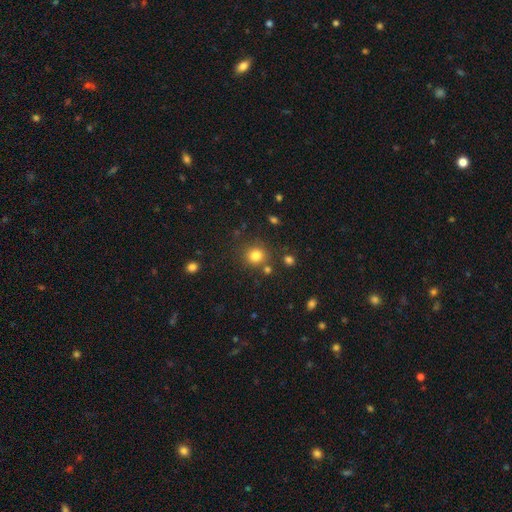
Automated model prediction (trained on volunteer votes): smooth 81%, star or artifact 13%, featured or disk 6%. Down the decision tree: how rounded — round (89%); merging — none (80%).